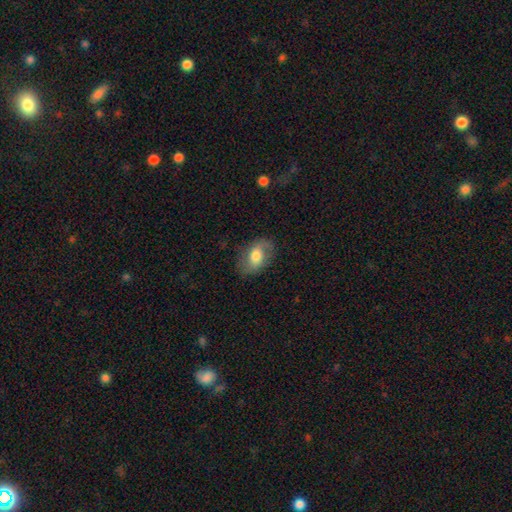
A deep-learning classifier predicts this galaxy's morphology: This is possibly a smooth galaxy (55%). How rounded: clearly in between (86%). Merging: likely none (75%).